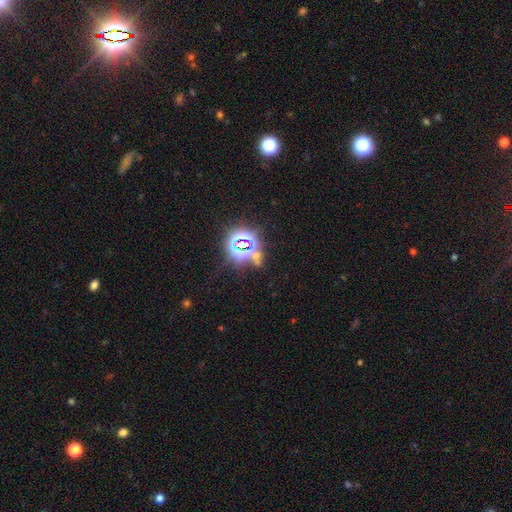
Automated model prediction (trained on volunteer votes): Smooth or featured? Predicted: star or artifact (p=0.72).